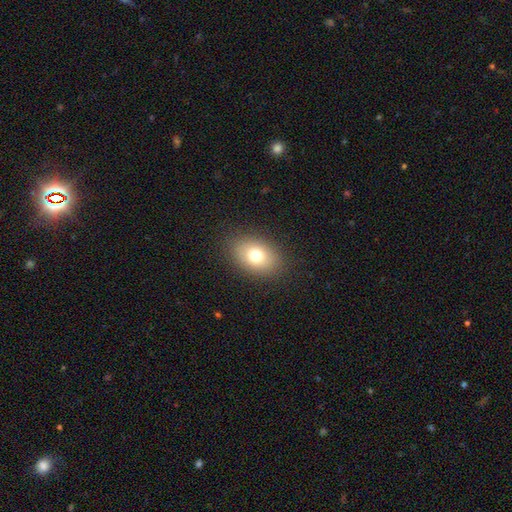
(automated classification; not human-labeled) Smooth or featured?
  - smooth: 76% *
  - featured or disk: 13%
  - star or artifact: 11%
How rounded?
  - in between: 78% *
  - round: 21%
  - cigar-shaped: 1%
Merging?
  - none: 87% *
  - minor disturbance: 9%
  - major disturbance: 3%
  - merger: 1%